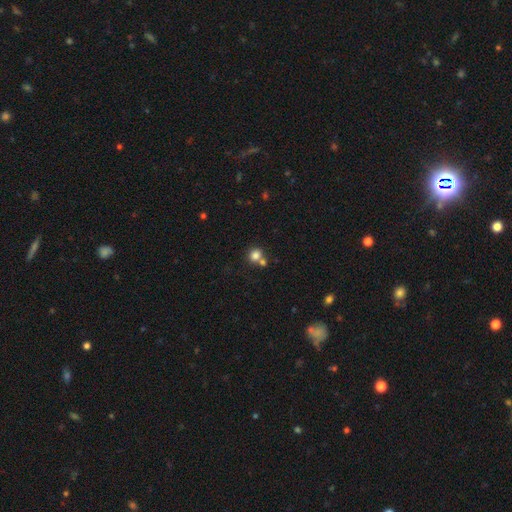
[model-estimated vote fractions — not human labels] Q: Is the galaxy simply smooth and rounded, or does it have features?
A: smooth — 81%.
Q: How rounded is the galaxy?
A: round — 80%.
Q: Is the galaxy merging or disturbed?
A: none — 56%.